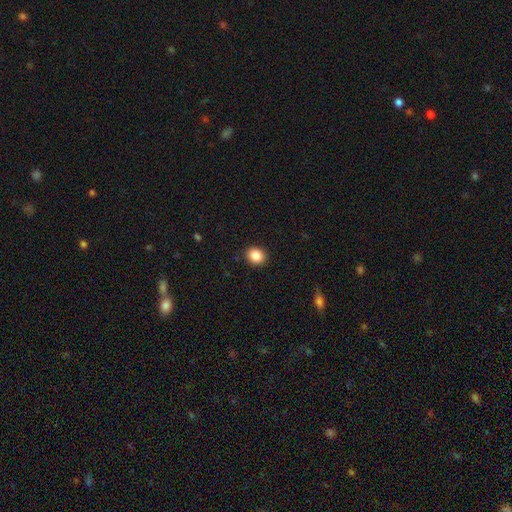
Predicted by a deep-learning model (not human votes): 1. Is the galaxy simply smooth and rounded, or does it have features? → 86% smooth, 9% star or artifact, 4% featured or disk.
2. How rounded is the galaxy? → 67% round, 32% in between, 1% cigar-shaped.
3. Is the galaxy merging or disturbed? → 91% none, 6% minor disturbance, 2% major disturbance, 1% merger.